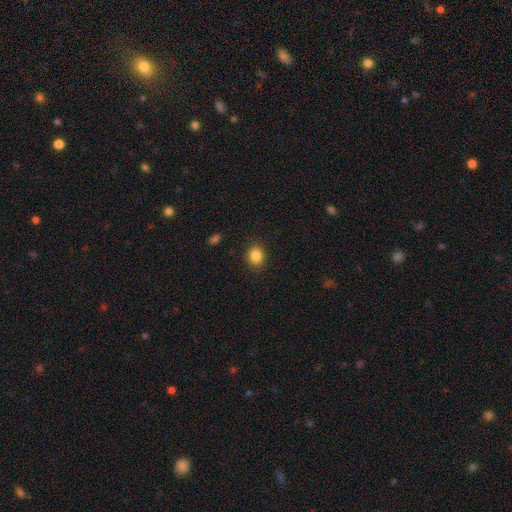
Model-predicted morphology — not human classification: Smooth or featured? smooth (85%)
How rounded? round (66%)
Merging? none (89%)